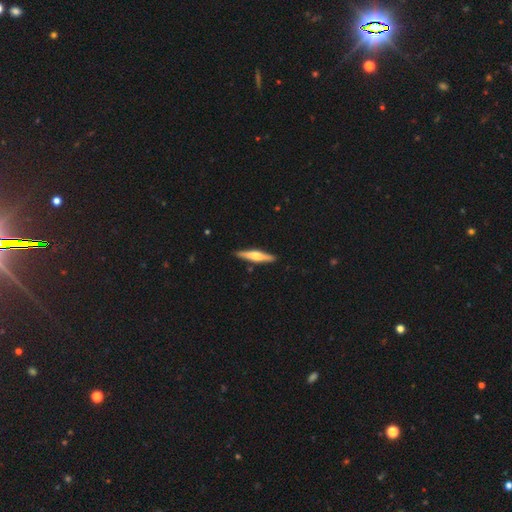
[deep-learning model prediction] Morphology: type=featured or disk (58%); edge-on=yes (96%); edge-on bulge=rounded (89%); merging=none (90%).